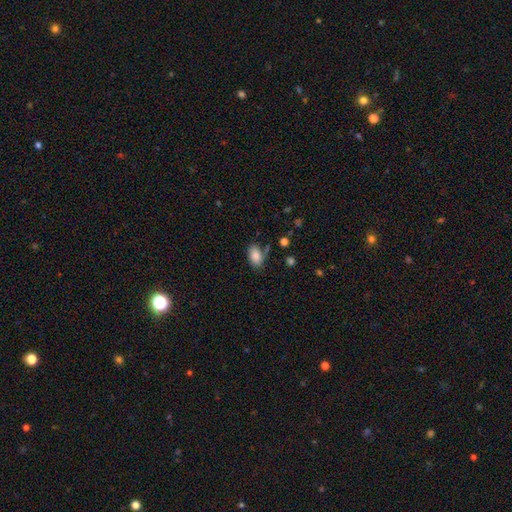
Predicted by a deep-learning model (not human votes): smooth 86%, star or artifact 8%, featured or disk 6%. Down the decision tree: how rounded — in between (92%); merging — none (72%).